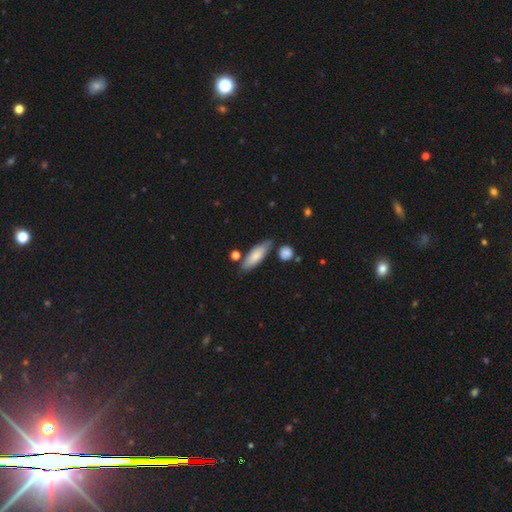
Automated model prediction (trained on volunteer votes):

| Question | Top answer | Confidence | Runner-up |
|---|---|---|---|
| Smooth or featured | smooth | 76% | featured or disk (18%) |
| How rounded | in between | 54% | cigar-shaped (44%) |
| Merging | none | 75% | minor disturbance (15%) |